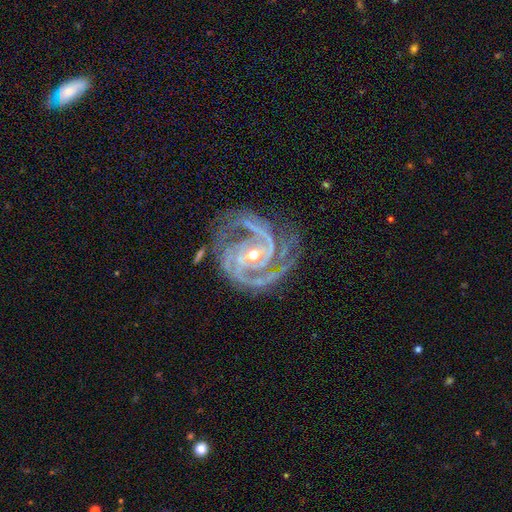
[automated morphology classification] A featured or disk galaxy (93%) with no bar (46%), 2 (40%) tight (65%) spiral arms (99%) and a small central bulge (53%).

Vote fractions:
- Smooth or featured? featured or disk: 93% / star or artifact: 5% / smooth: 2%
- Edge-on disk? no: 98% / yes: 2%
- Bar? no: 46% / weak: 30% / strong: 25%
- Spiral arms? yes: 99% / no: 1%
- Spiral winding? tight: 65% / medium: 32% / loose: 4%
- Spiral arm count? 2: 40% / 3: 36% / 4: 8% / can't tell: 7% / more than 4: 5% / 1: 5%
- Bulge size? small: 53% / moderate: 44% / large: 1% / none: 1% / dominant: 1%
- Merging? none: 72% / minor disturbance: 18% / major disturbance: 8% / merger: 2%